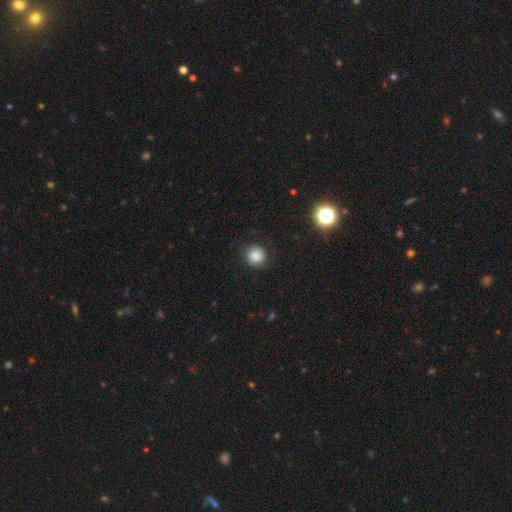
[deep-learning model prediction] smooth-or-featured: smooth: 81% | star or artifact: 11% | featured or disk: 8%
  how-rounded: round: 92% | in between: 7% | cigar-shaped: 1%
  merging: none: 83% | minor disturbance: 11% | major disturbance: 4% | merger: 1%